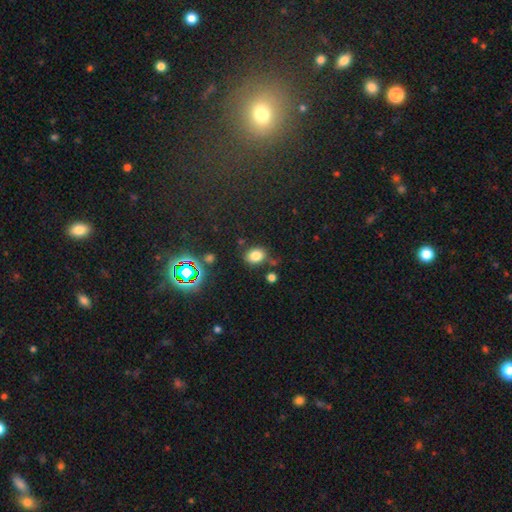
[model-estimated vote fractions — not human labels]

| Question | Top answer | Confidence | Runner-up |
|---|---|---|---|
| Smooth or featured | smooth | 77% | star or artifact (15%) |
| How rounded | in between | 52% | round (47%) |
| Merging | none | 73% | minor disturbance (15%) |